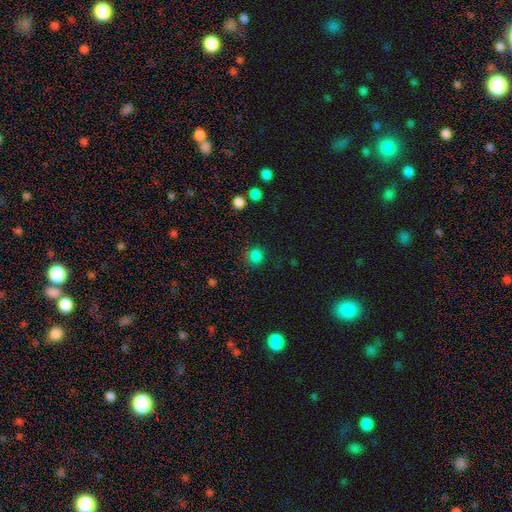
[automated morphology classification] Smooth or featured? Predicted: smooth (p=0.80). How rounded? Predicted: round (p=0.86). Merging? Predicted: none (p=0.80).